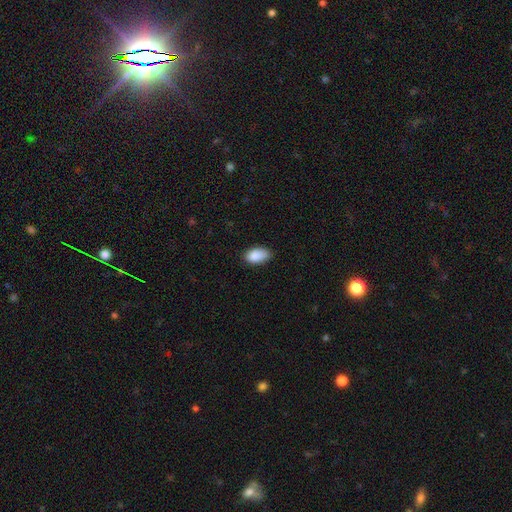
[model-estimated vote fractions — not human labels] Smooth or featured?
  - smooth: 88% *
  - star or artifact: 7%
  - featured or disk: 5%
How rounded?
  - in between: 93% *
  - round: 4%
  - cigar-shaped: 2%
Merging?
  - none: 73% *
  - minor disturbance: 22%
  - major disturbance: 3%
  - merger: 1%